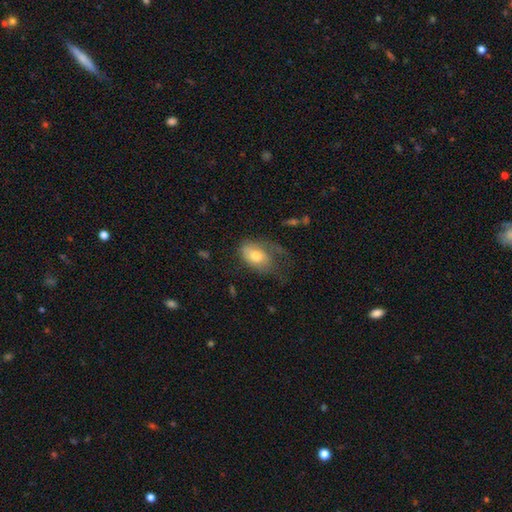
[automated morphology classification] Smooth or featured? Predicted: smooth (p=0.65). How rounded? Predicted: in between (p=0.84). Merging? Predicted: major disturbance (p=0.36).